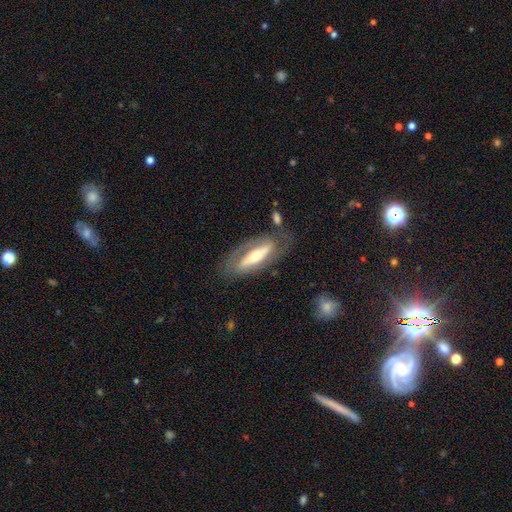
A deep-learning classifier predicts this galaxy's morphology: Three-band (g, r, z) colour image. It shows a featured or disk galaxy (71%) with a strong bar (52%), spiral arms (56%) and a moderate central bulge (65%). Merging: none (71%).